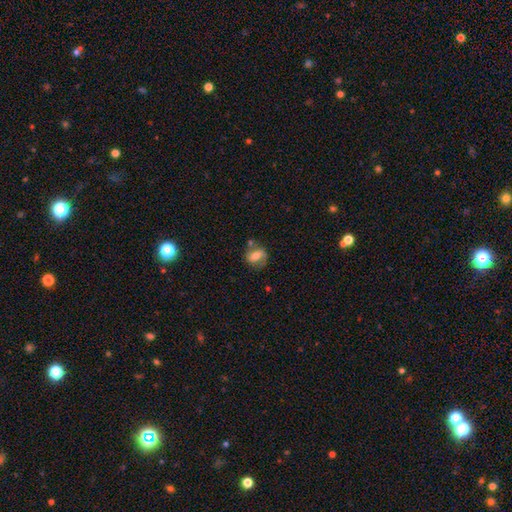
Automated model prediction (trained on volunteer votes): Smooth or featured? Predicted: smooth (p=0.52). How rounded? Predicted: in between (p=0.51). Merging? Predicted: none (p=0.61).